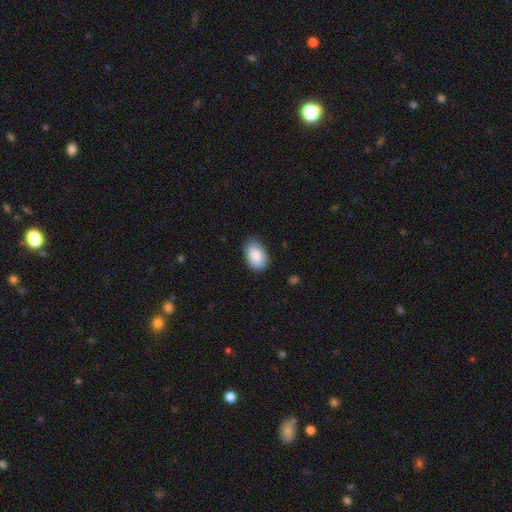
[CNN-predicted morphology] A smooth galaxy with no disk features (87%) that is in between round and cigar-shaped (88%). Merging: none (74%).